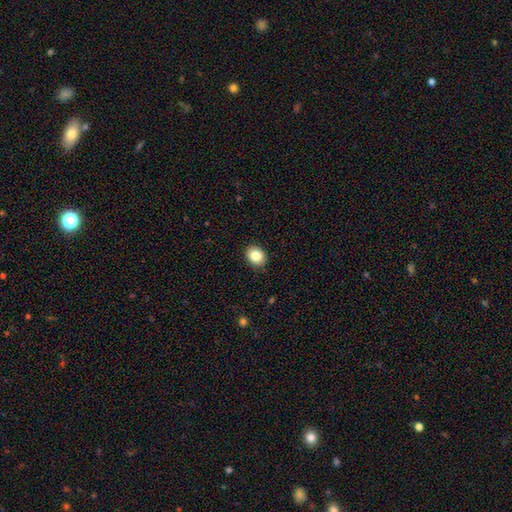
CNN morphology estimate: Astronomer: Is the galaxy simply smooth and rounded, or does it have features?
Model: smooth — 85%.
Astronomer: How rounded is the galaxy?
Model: round — 51% (runner-up: in between, 48%).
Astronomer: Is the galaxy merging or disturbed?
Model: none — 90%.